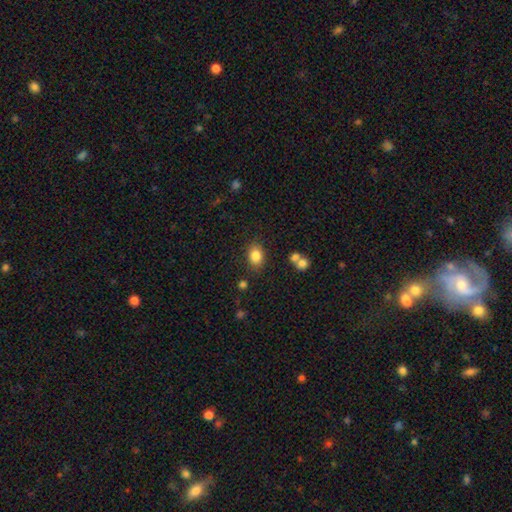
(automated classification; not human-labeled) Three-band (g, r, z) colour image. It shows a smooth galaxy with no disk features (83%) that is in between round and cigar-shaped (71%). Merging: none (82%).